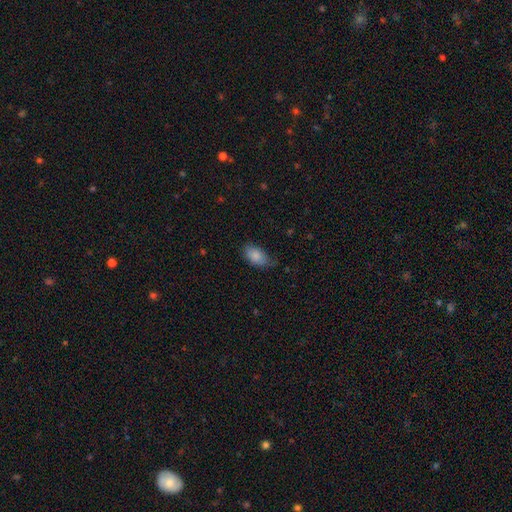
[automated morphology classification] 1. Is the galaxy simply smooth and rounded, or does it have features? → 86% smooth, 7% featured or disk, 7% star or artifact.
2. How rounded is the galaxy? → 93% in between, 5% round, 2% cigar-shaped.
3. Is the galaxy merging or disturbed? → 58% none, 33% minor disturbance, 7% major disturbance, 1% merger.